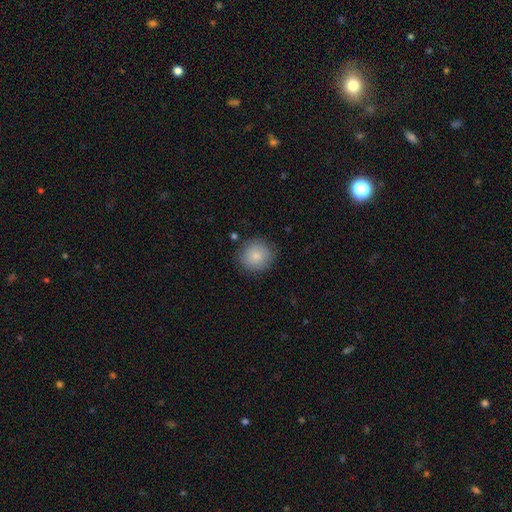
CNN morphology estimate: A smooth galaxy with no disk features (85%) that is round (89%).

Vote fractions:
- Smooth or featured? smooth: 85% / featured or disk: 8% / star or artifact: 7%
- How rounded? round: 89% / in between: 10% / cigar-shaped: 1%
- Merging? none: 85% / minor disturbance: 11% / major disturbance: 3% / merger: 2%